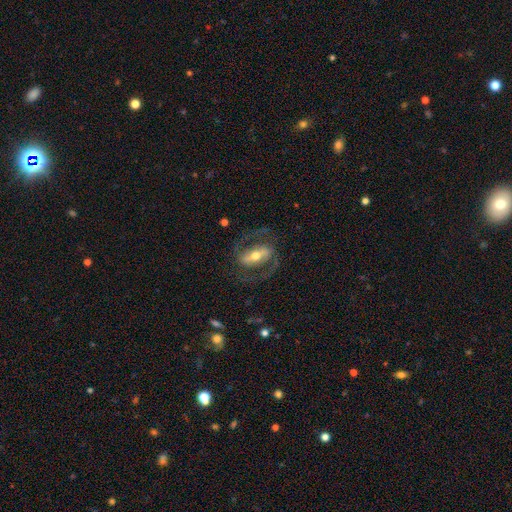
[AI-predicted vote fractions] A featured or disk galaxy (83%) with a strong bar (66%), 2 (90%) medium (57%) spiral arms (87%) and a moderate central bulge (61%). Merging: none (73%).